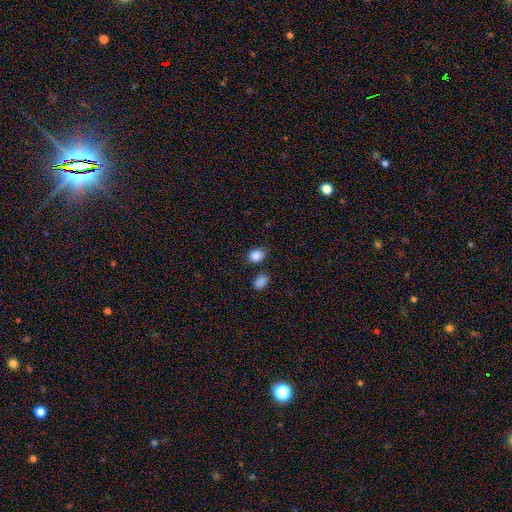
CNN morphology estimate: Smooth or featured? smooth (86%)
How rounded? round (50%)
Merging? none (73%)